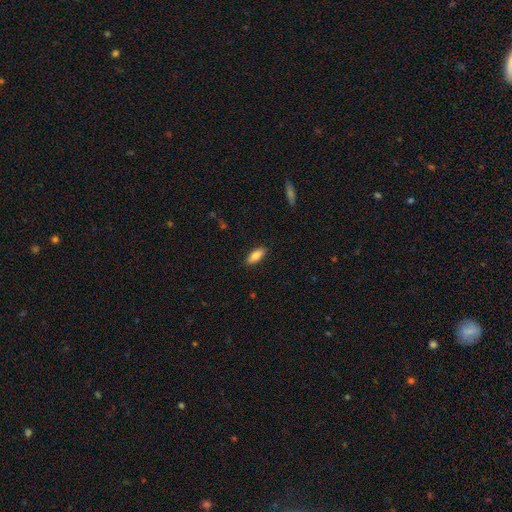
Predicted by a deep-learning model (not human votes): Smooth or featured? Predicted: smooth (p=0.82). How rounded? Predicted: in between (p=0.79). Merging? Predicted: none (p=0.89).